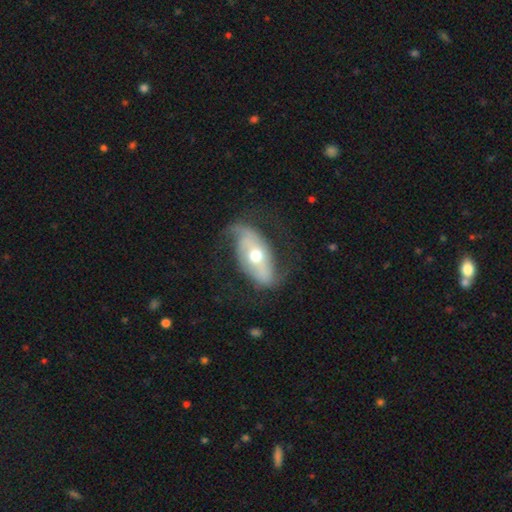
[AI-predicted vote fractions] Smooth or featured: featured or disk — 71% (smooth — 24%)
Edge-on disk: no — 90% (yes — 10%)
Bar: no — 49% (weak — 27%)
Spiral arms: yes — 80% (no — 20%)
Spiral winding: loose — 56% (medium — 30%)
Spiral arm count: 2 — 78% (1 — 9%)
Bulge size: moderate — 75% (small — 14%)
Merging: none — 57% (minor disturbance — 24%)